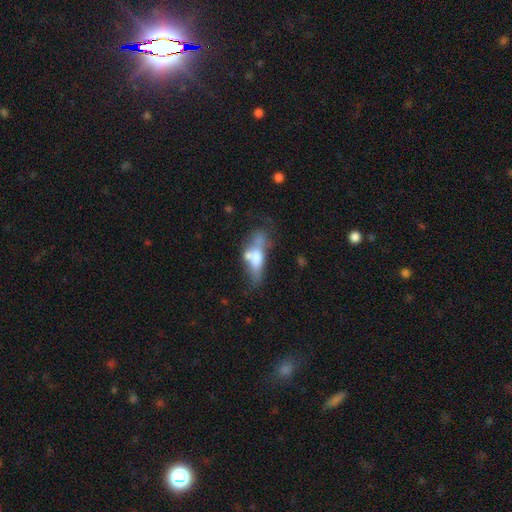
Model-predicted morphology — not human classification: Smooth or featured: smooth — 54% (featured or disk — 38%)
How rounded: in between — 63% (cigar-shaped — 33%)
Merging: merger — 35% (none — 32%)